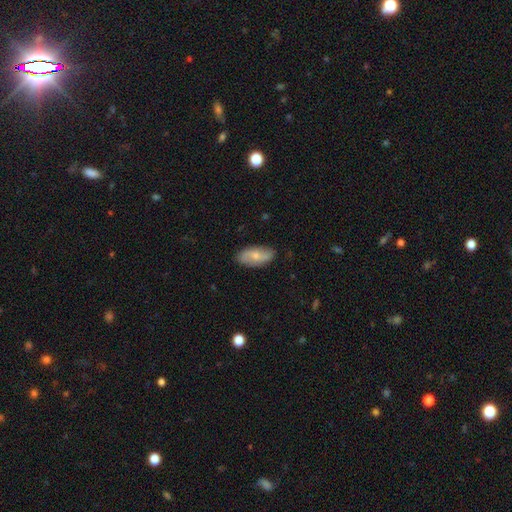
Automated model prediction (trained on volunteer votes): smooth 51%, featured or disk 43%, star or artifact 6%. Down the decision tree: how rounded — in between (88%); merging — none (82%).